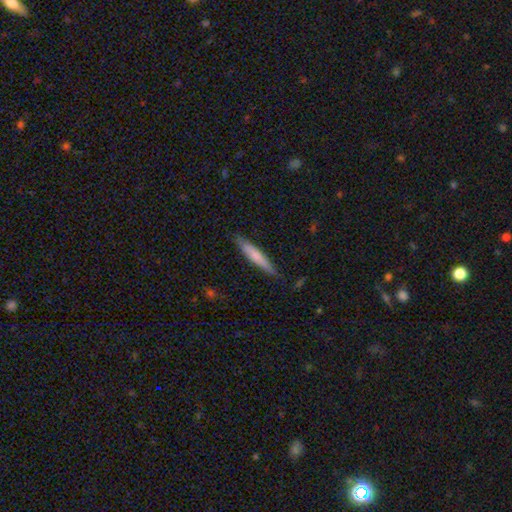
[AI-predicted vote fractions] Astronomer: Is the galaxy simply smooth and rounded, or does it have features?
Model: smooth — 66%.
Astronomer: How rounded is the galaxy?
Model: cigar-shaped — 92%.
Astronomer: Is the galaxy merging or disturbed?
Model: none — 83%.